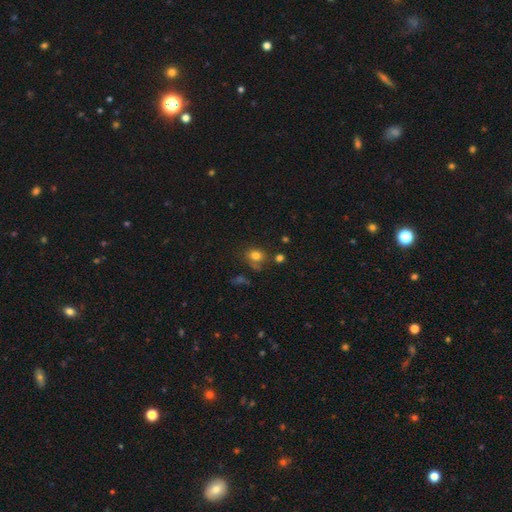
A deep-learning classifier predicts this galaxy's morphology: smooth_or_featured: smooth (p=0.77) [alt: star or artifact p=0.13]
how_rounded: round (p=0.57) [alt: in between p=0.41]
merging: none (p=0.60) [alt: minor disturbance p=0.21]